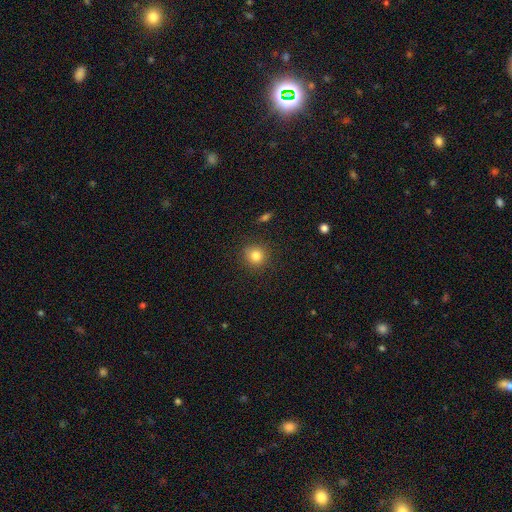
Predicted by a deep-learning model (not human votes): This appears to be a smooth galaxy with no disk features (83%) that is round (90%). Merging: none (88%).